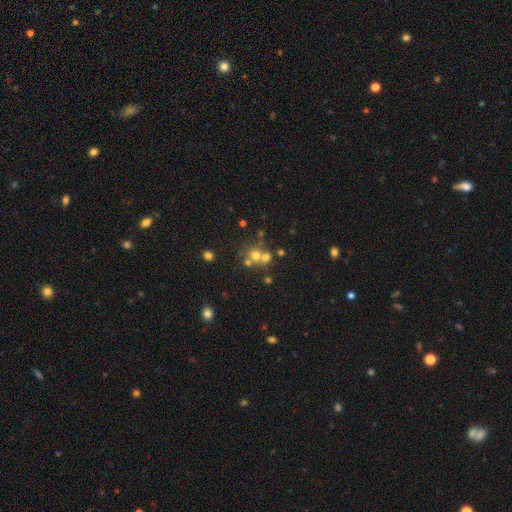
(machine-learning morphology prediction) Smooth or featured: smooth — 57% (star or artifact — 22%)
How rounded: round — 83% (in between — 16%)
Merging: none — 46% (merger — 41%)